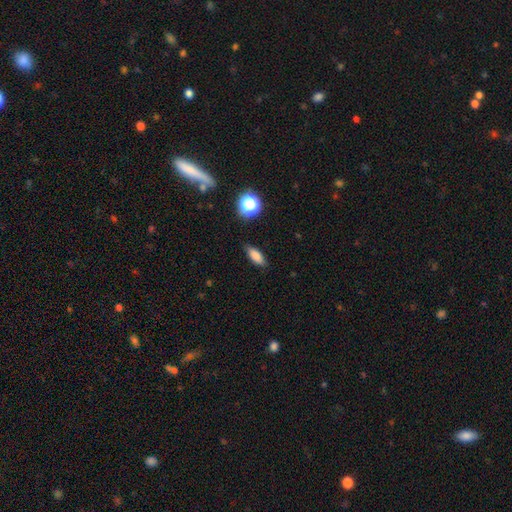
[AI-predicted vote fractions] Smooth or featured?
  - smooth: 80% *
  - star or artifact: 11%
  - featured or disk: 9%
How rounded?
  - in between: 71% *
  - cigar-shaped: 22%
  - round: 6%
Merging?
  - none: 81% *
  - minor disturbance: 14%
  - major disturbance: 3%
  - merger: 1%